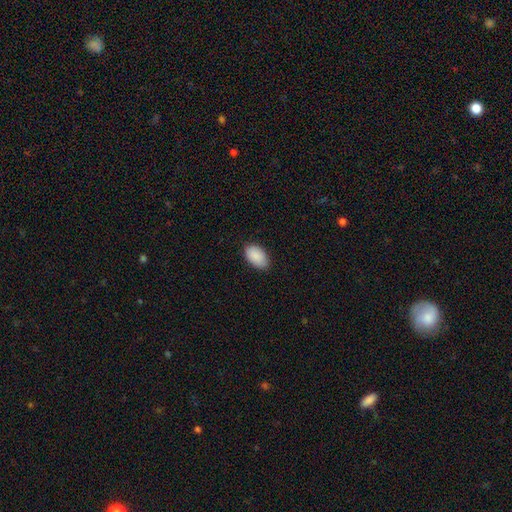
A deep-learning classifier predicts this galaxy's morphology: smooth-or-featured: smooth: 90% | star or artifact: 6% | featured or disk: 3%
  how-rounded: in between: 94% | round: 5% | cigar-shaped: 1%
  merging: none: 84% | minor disturbance: 13% | major disturbance: 2% | merger: 1%